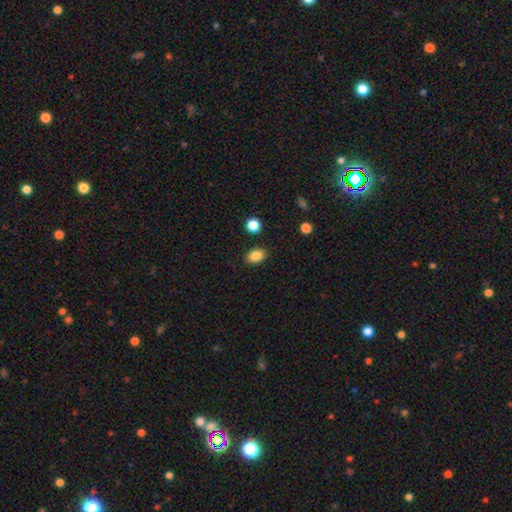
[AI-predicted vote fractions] This is clearly a smooth galaxy (86%). How rounded: likely in between (77%). Merging: clearly none (85%).